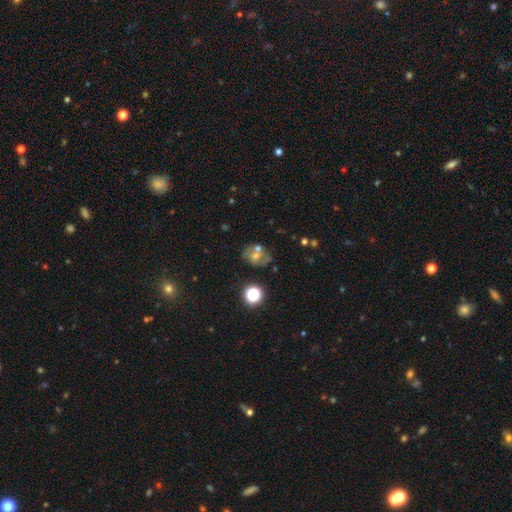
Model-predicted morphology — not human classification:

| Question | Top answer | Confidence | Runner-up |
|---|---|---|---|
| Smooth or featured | featured or disk | 44% | smooth (31%) |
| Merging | none | 52% | merger (20%) |